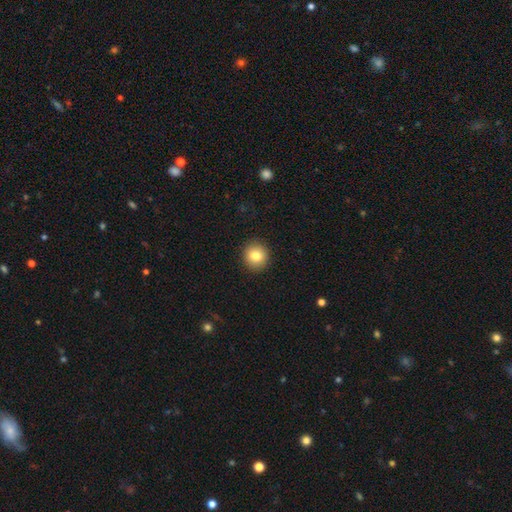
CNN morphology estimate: This is clearly a smooth galaxy (82%). How rounded: clearly round (92%). Merging: clearly none (92%).